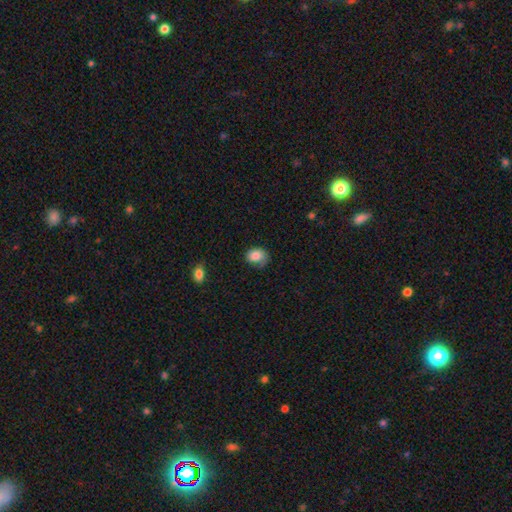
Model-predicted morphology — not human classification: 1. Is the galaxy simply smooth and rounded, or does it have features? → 80% smooth, 12% featured or disk, 8% star or artifact.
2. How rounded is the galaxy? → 55% in between, 44% round, 1% cigar-shaped.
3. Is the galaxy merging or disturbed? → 50% none, 31% minor disturbance, 17% major disturbance, 2% merger.